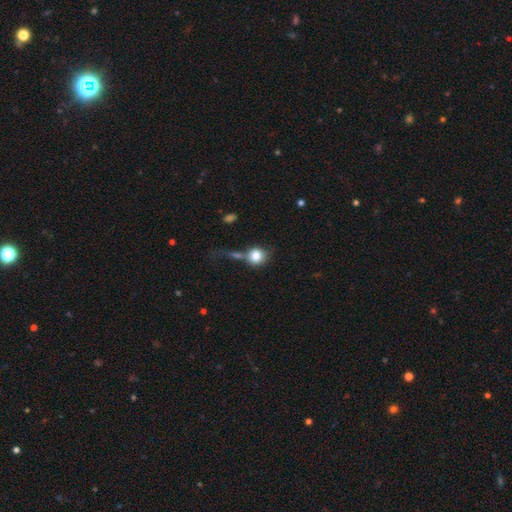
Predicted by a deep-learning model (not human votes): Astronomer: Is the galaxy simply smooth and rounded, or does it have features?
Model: smooth — 79%.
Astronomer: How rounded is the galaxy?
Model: round — 84%.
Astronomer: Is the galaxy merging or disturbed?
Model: none — 40% (runner-up: merger, 26%).